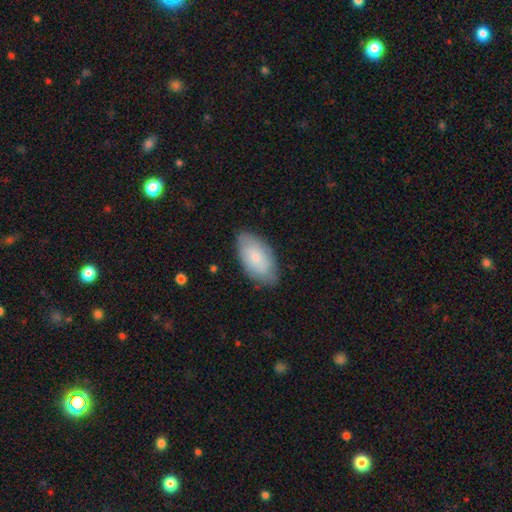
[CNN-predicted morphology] This is likely a smooth galaxy (71%). How rounded: clearly in between (94%). Merging: likely none (78%).